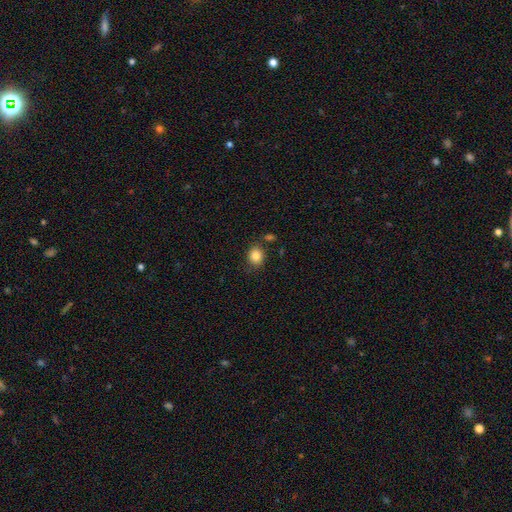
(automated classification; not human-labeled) Overall: smooth (85%). How rounded: round (62%; in between 37%). Merging: none (80%).